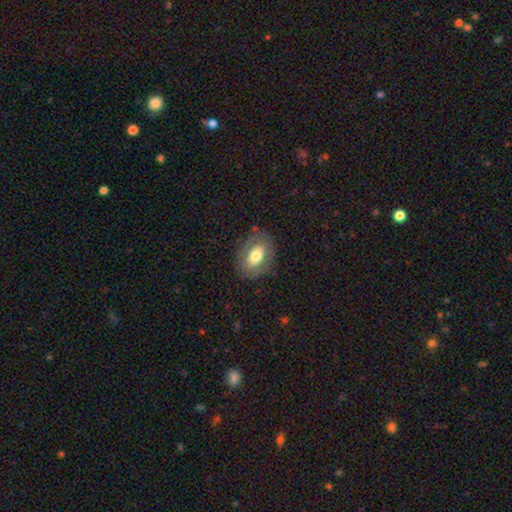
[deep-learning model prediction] This appears to be a smooth galaxy with no disk features (63%) that is in between round and cigar-shaped (85%). Merging: none (79%).